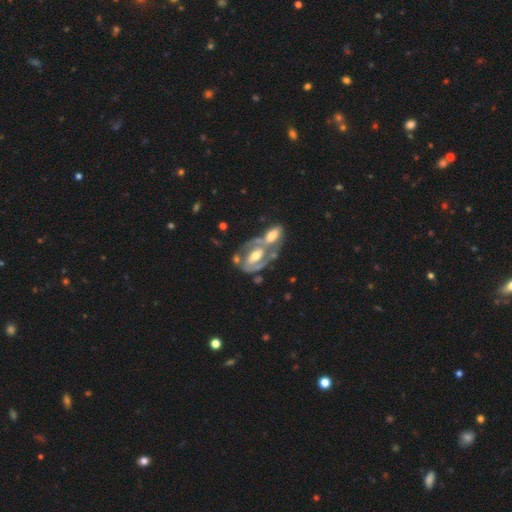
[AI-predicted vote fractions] Smooth or featured?
  - featured or disk: 82% *
  - smooth: 13%
  - star or artifact: 5%
Edge-on disk?
  - no: 95% *
  - yes: 5%
Bar?
  - weak: 38% *
  - no: 32%
  - strong: 31%
Spiral arms?
  - yes: 82% *
  - no: 18%
Spiral winding?
  - tight: 51% *
  - medium: 37%
  - loose: 12%
Spiral arm count?
  - 2: 66% *
  - can't tell: 15%
  - 1: 12%
  - 3: 3%
  - 4: 1%
  - more than 4: 1%
Bulge size?
  - moderate: 64% *
  - small: 21%
  - large: 11%
  - none: 2%
  - dominant: 1%
Merging?
  - merger: 54% *
  - none: 26%
  - minor disturbance: 11%
  - major disturbance: 9%